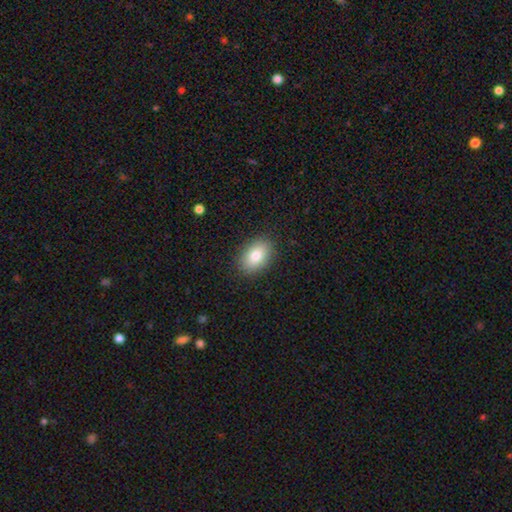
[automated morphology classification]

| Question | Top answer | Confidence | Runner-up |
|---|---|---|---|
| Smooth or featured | smooth | 83% | featured or disk (10%) |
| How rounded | in between | 86% | round (13%) |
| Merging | none | 88% | minor disturbance (9%) |